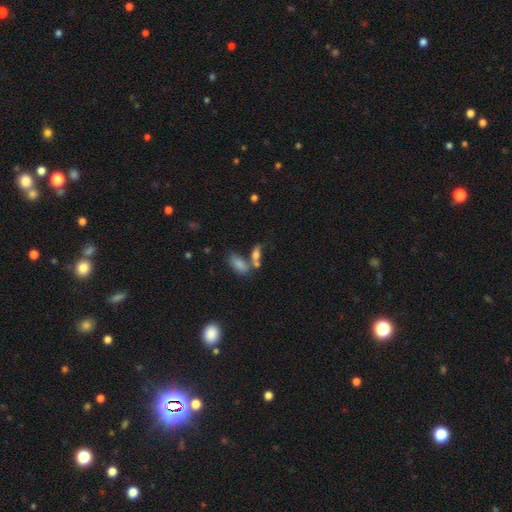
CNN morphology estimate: Smooth or featured?
  - smooth: 72% *
  - featured or disk: 17%
  - star or artifact: 11%
How rounded?
  - in between: 70% *
  - cigar-shaped: 23%
  - round: 7%
Merging?
  - none: 44% *
  - merger: 37%
  - minor disturbance: 12%
  - major disturbance: 6%